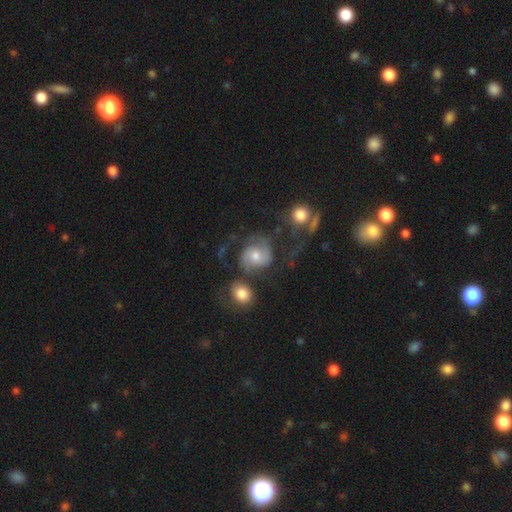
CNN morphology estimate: This appears to be a featured or disk galaxy (66%) with no bar (62%), 2 (71%) medium (48%) spiral arms (90%) and a moderate central bulge (64%). Merging: none (46%).